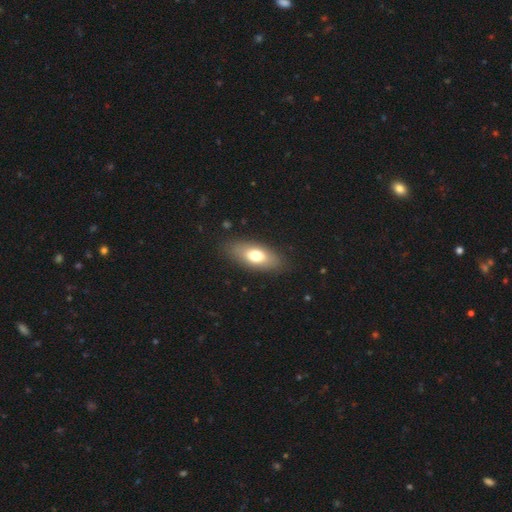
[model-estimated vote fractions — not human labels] A smooth galaxy with no disk features (70%) that is in between round and cigar-shaped (83%). Merging: none (85%).